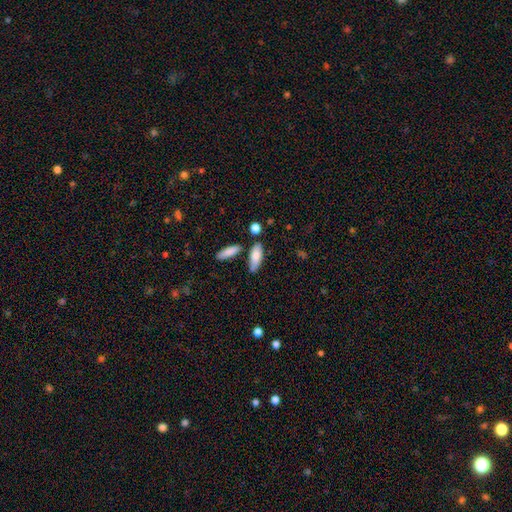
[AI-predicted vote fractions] The model was most divided on "how rounded": in between: 71%, cigar-shaped: 26%, round: 3%. More confident: smooth or featured — smooth (81%); merging — none (65%).